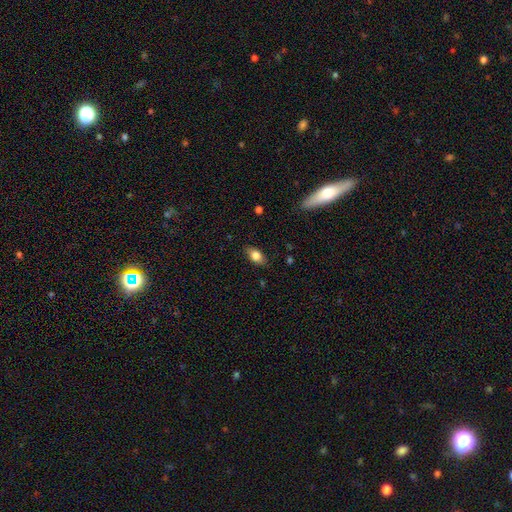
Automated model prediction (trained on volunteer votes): This appears to be a smooth galaxy with no disk features (80%) that is in between round and cigar-shaped (86%). Merging: none (83%).